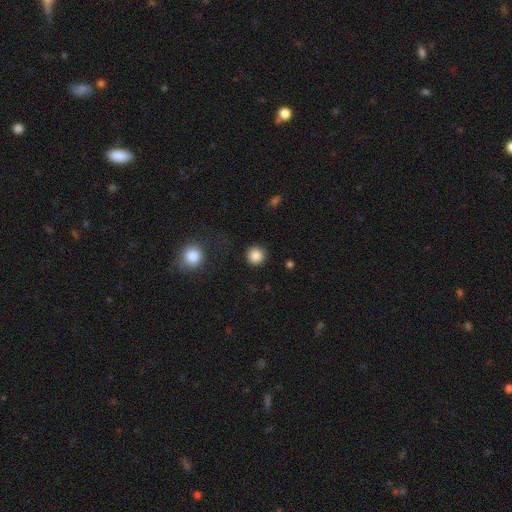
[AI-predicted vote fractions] This appears to be a smooth galaxy with no disk features (86%) that is round (95%). Merging: none (90%).